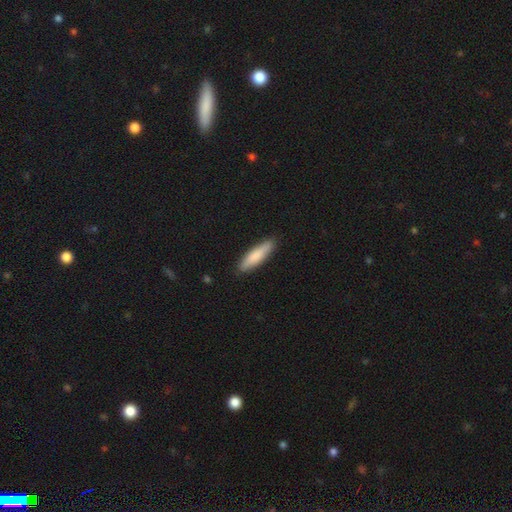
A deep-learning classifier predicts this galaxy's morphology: Smooth or featured: smooth — 81% (featured or disk — 14%)
How rounded: cigar-shaped — 74% (in between — 24%)
Merging: none — 87% (minor disturbance — 10%)